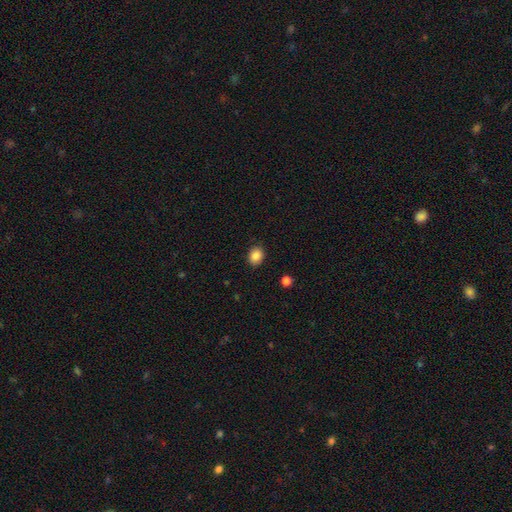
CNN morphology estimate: A smooth galaxy with no disk features (87%) that is round (53%).

Vote fractions:
- Smooth or featured? smooth: 87% / star or artifact: 9% / featured or disk: 4%
- How rounded? round: 53% / in between: 47% / cigar-shaped: 1%
- Merging? none: 88% / minor disturbance: 9% / major disturbance: 2% / merger: 1%